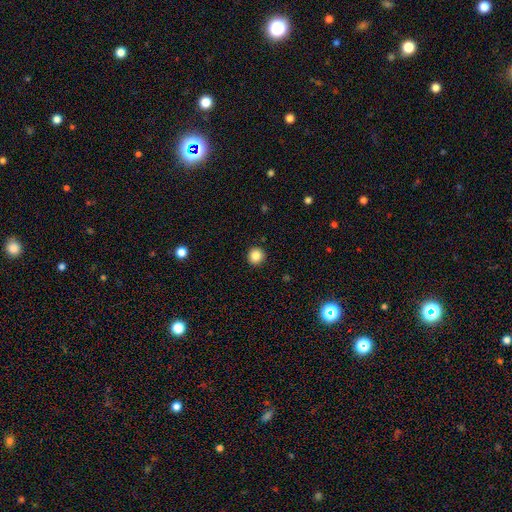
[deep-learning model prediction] Overall: smooth (85%). How rounded: round (94%). Merging: none (93%).